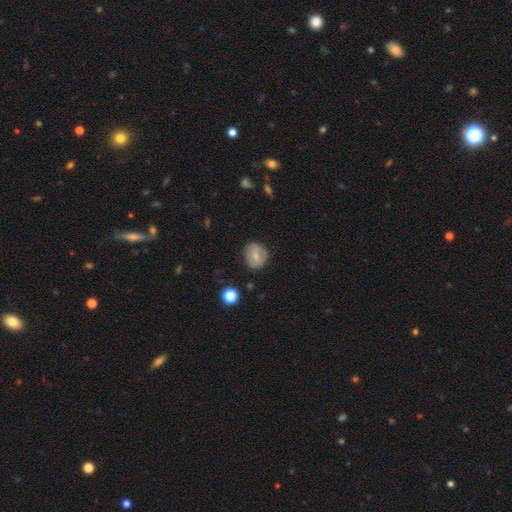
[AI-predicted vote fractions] Smooth or featured? Predicted: smooth (p=0.65). How rounded? Predicted: round (p=0.74). Merging? Predicted: none (p=0.81).